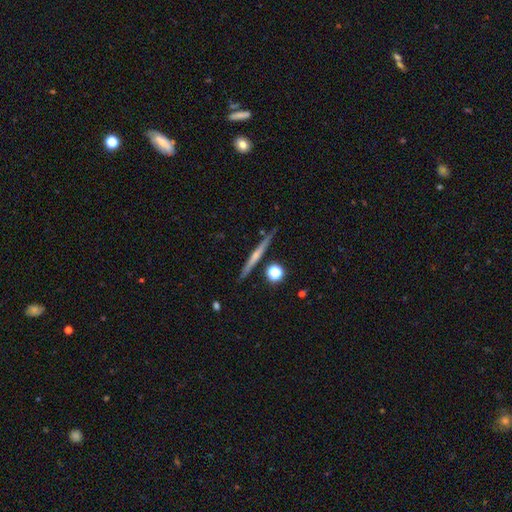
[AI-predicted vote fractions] Smooth or featured? Predicted: featured or disk (p=0.58). Edge-on disk? Predicted: yes (p=0.97). Edge-on bulge? Predicted: none (p=0.55). Merging? Predicted: none (p=0.86).